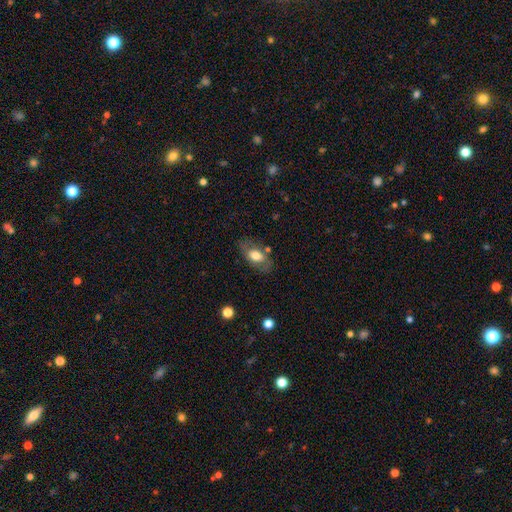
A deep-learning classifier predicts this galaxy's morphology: Smooth or featured? Predicted: smooth (p=0.61). How rounded? Predicted: in between (p=0.90). Merging? Predicted: none (p=0.74).